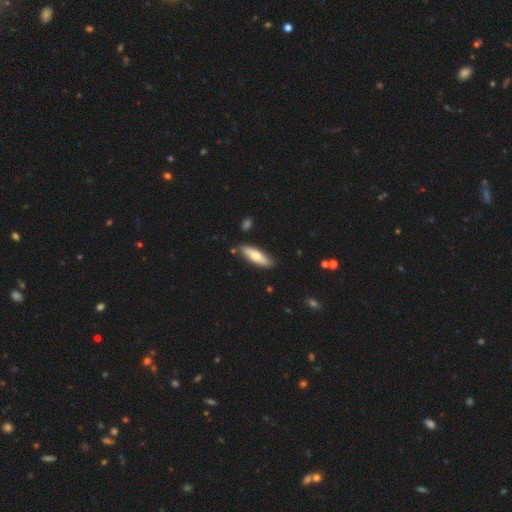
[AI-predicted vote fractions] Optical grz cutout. It shows a smooth galaxy with no disk features (65%) that is cigar-shaped (55%). Merging: none (84%).